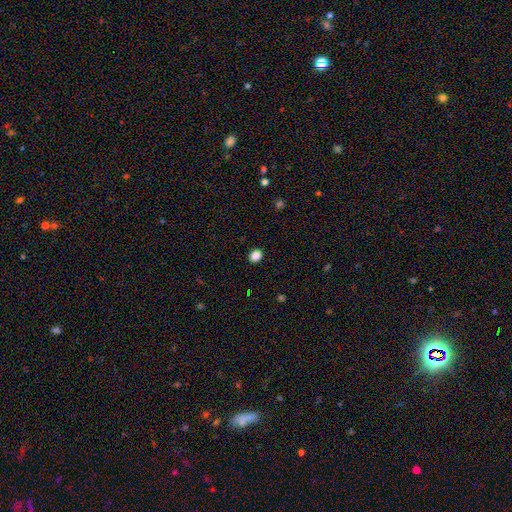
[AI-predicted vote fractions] Morphology: type=smooth (87%); roundness=round (57%); merging=none (91%).